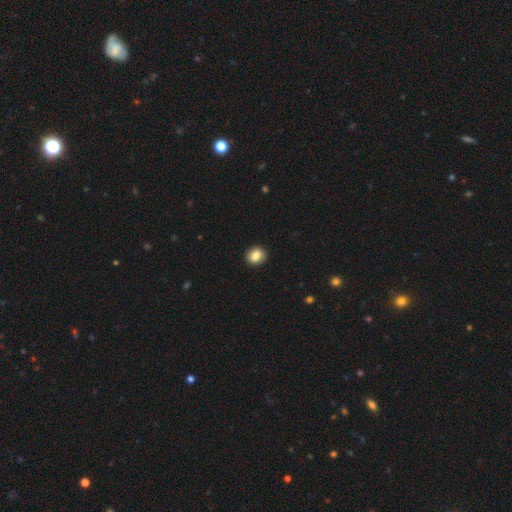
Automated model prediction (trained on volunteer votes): The model was most divided on "how rounded": round: 75%, in between: 24%, cigar-shaped: 1%. More confident: merging — none (92%); smooth or featured — smooth (85%).